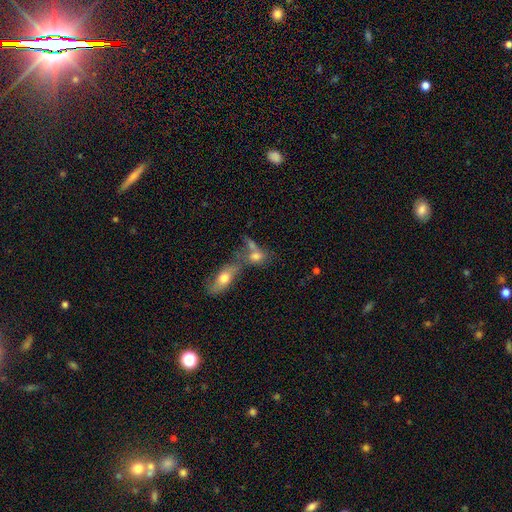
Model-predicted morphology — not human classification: type=smooth (57%); roundness=in between (56%); merging=merger (50%).